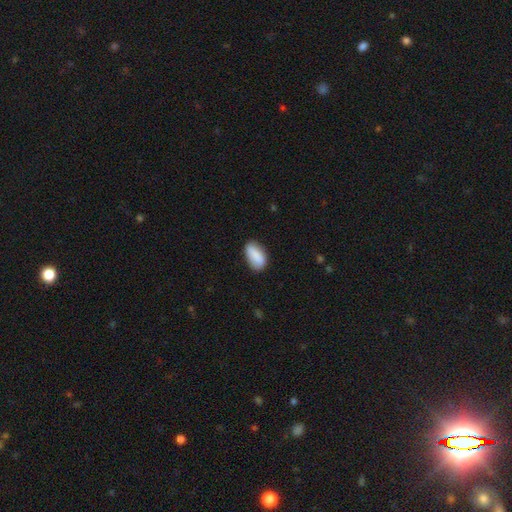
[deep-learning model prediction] This is clearly a smooth galaxy (85%). How rounded: clearly in between (89%). Merging: likely none (80%).